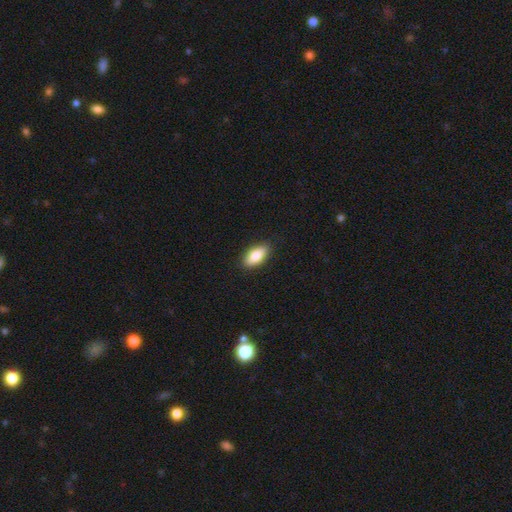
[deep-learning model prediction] A smooth galaxy with no disk features (82%) that is in between round and cigar-shaped (87%). Merging: none (88%).